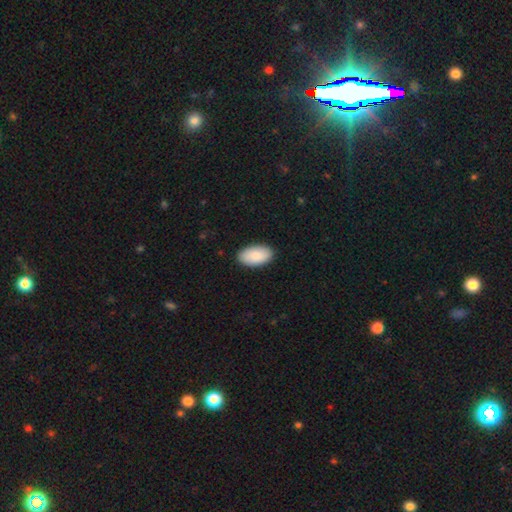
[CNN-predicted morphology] Q: Smooth or featured?
A: smooth (90%); runner-up: star or artifact (5%)
Q: How rounded?
A: in between (96%); runner-up: round (3%)
Q: Merging?
A: none (89%); runner-up: minor disturbance (8%)